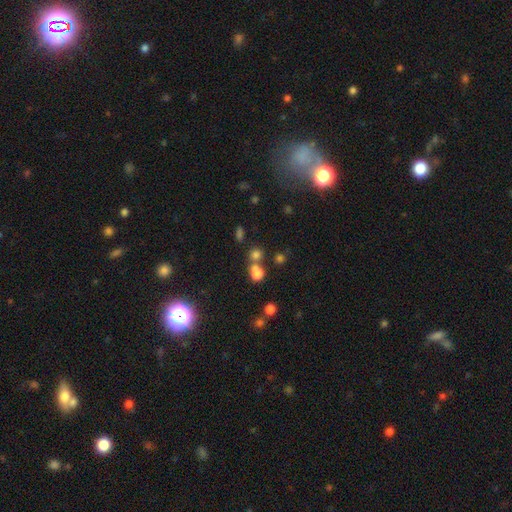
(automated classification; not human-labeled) A smooth galaxy with no disk features (66%) that is round (80%).

Vote fractions:
- Smooth or featured? smooth: 66% / star or artifact: 25% / featured or disk: 10%
- How rounded? round: 80% / in between: 19% / cigar-shaped: 1%
- Merging? none: 52% / merger: 37% / minor disturbance: 7% / major disturbance: 4%